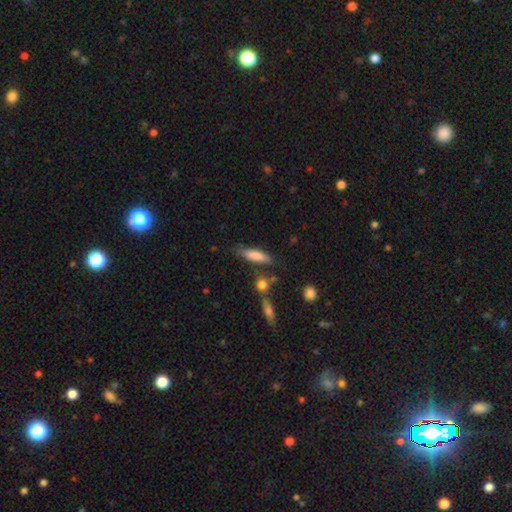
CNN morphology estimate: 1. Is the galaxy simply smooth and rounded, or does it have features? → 79% smooth, 14% featured or disk, 7% star or artifact.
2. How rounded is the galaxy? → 63% cigar-shaped, 35% in between, 2% round.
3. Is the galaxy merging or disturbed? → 67% none, 17% minor disturbance, 10% merger, 5% major disturbance.